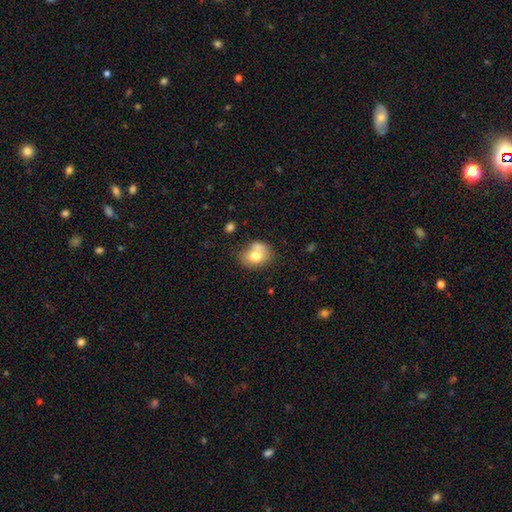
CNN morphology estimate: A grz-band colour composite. It shows a smooth galaxy with no disk features (73%) that is round (52%). Merging: none (45%).